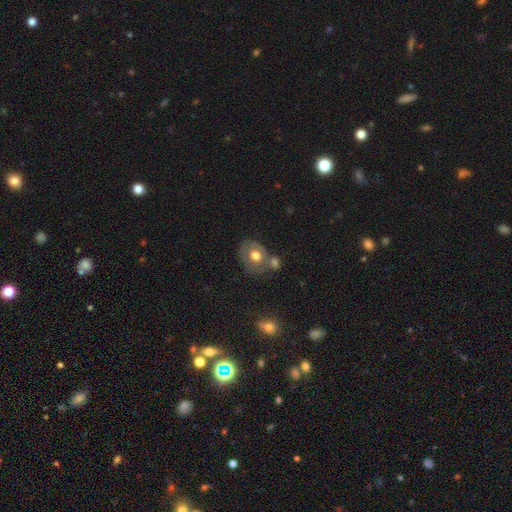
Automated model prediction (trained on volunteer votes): Smooth or featured? Predicted: smooth (p=0.53). How rounded? Predicted: round (p=0.50). Merging? Predicted: none (p=0.46).